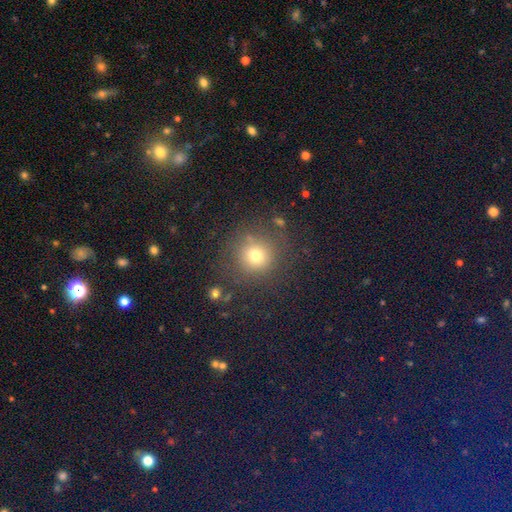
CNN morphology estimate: A smooth galaxy with no disk features (71%) that is round (93%). Merging: none (81%).